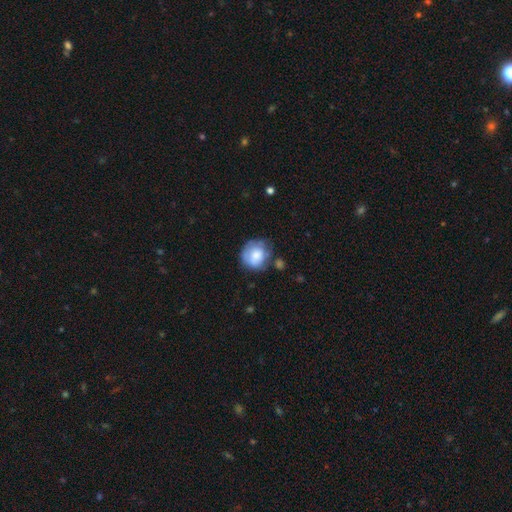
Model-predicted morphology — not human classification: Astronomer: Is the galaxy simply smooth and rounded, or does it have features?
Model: smooth — 70%.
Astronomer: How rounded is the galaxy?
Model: round — 79%.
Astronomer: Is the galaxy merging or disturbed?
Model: none — 52% (runner-up: minor disturbance, 29%).